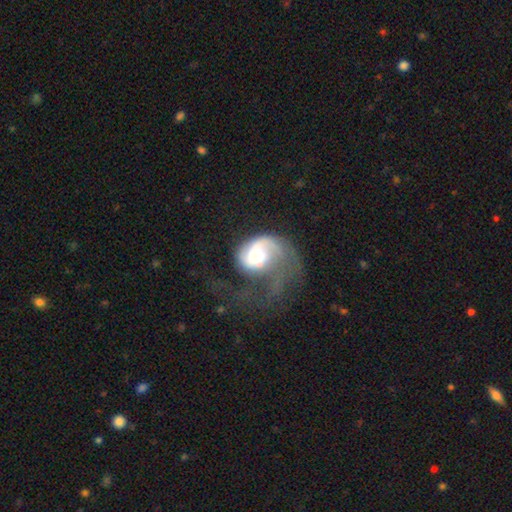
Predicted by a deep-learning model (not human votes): This is likely a featured or disk galaxy (72%). It is clearly not viewed edge-on (98%). Bar: likely no (66%). Spiral arm pattern: clearly yes (88%). Spiral arm count: likely 1 (72%). Spiral winding: possibly loose (48%). Central bulge: marginally moderate (41%). Merging: likely major disturbance (60%).